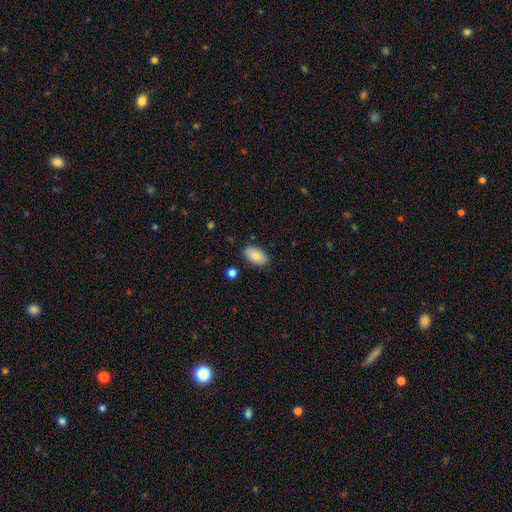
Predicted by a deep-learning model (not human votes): Smooth or featured: smooth — 86% (featured or disk — 7%)
How rounded: in between — 94% (round — 3%)
Merging: none — 85% (minor disturbance — 11%)